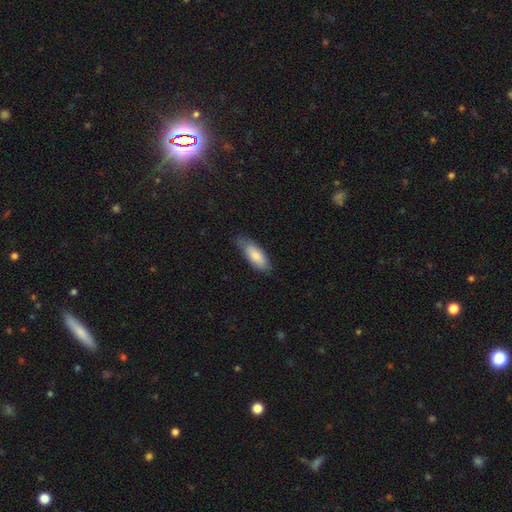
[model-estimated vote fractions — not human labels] Overall: smooth (81%). How rounded: in between (73%). Merging: none (69%).